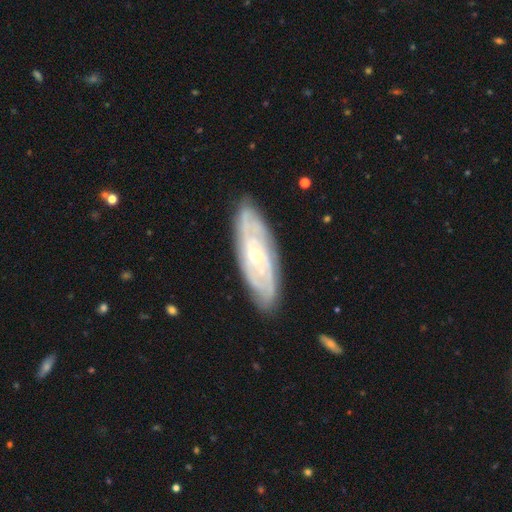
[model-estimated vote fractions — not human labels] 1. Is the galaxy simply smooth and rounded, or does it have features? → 82% featured or disk, 13% smooth, 5% star or artifact.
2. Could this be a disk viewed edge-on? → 85% no, 15% yes.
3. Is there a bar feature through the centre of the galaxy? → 68% no, 25% weak, 7% strong.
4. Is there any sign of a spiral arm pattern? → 92% yes, 8% no.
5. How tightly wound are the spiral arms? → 72% tight, 23% medium, 5% loose.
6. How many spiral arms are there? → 46% can't tell, 17% 2, 15% 3, 12% 4, 6% more than 4, 4% 1.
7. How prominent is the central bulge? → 56% small, 41% moderate, 1% large, 1% none, 1% dominant.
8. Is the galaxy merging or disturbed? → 83% none, 13% minor disturbance, 3% major disturbance, 1% merger.